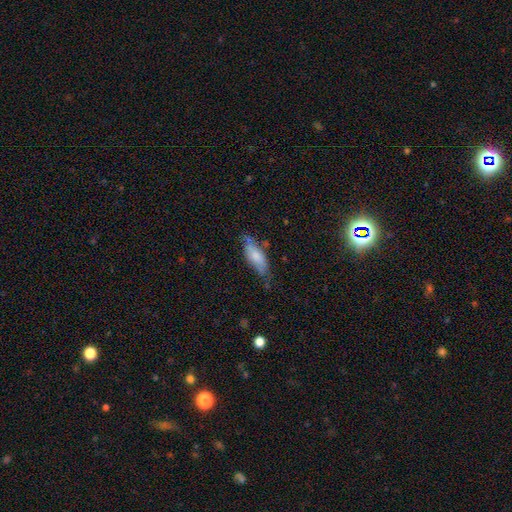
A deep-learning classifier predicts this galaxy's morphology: Smooth or featured?
  - smooth: 72% *
  - featured or disk: 22%
  - star or artifact: 6%
How rounded?
  - in between: 67% *
  - cigar-shaped: 31%
  - round: 2%
Merging?
  - none: 57% *
  - minor disturbance: 30%
  - major disturbance: 8%
  - merger: 5%